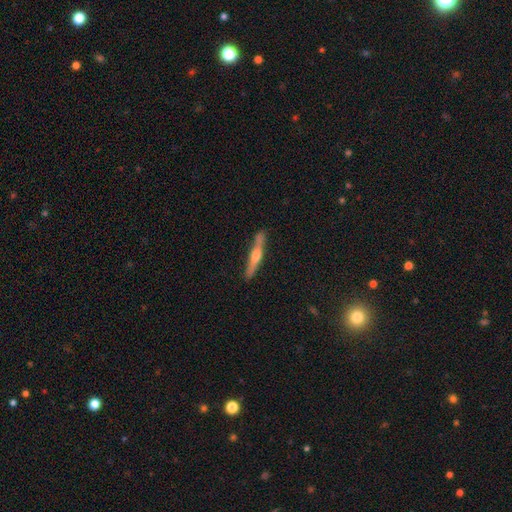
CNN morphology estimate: This is likely a featured or disk galaxy (69%). It is clearly viewed edge-on (97%). Edge-on bulge: clearly rounded (86%). Merging: clearly none (86%).